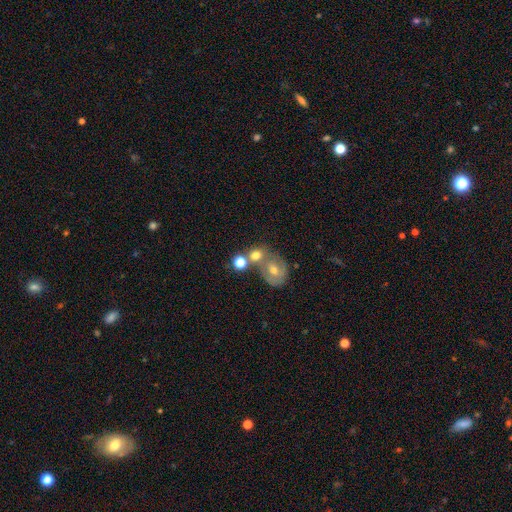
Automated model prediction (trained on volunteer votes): Smooth or featured?
  - smooth: 66% *
  - featured or disk: 21%
  - star or artifact: 13%
How rounded?
  - round: 68% *
  - in between: 30%
  - cigar-shaped: 1%
Merging?
  - merger: 47% *
  - none: 38%
  - minor disturbance: 10%
  - major disturbance: 5%